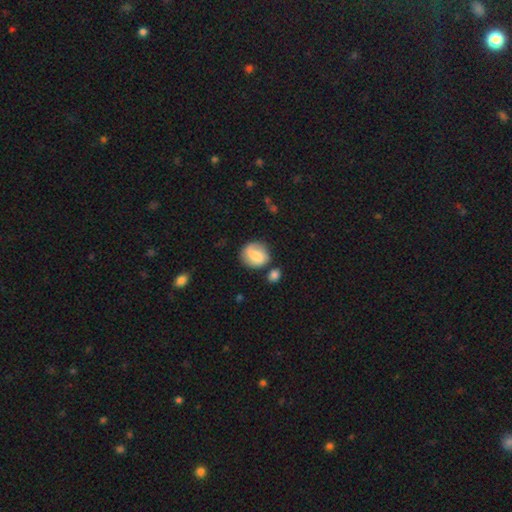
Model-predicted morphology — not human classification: This appears to be a smooth galaxy with no disk features (59%) that is round (65%). Merging: none (64%).